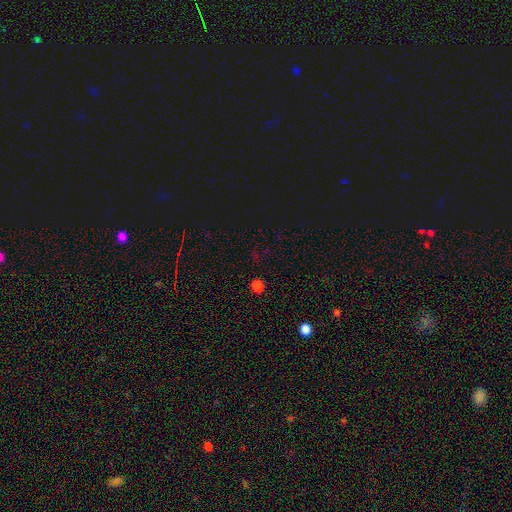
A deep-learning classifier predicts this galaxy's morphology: Smooth or featured: star or artifact — 54% (smooth — 41%)